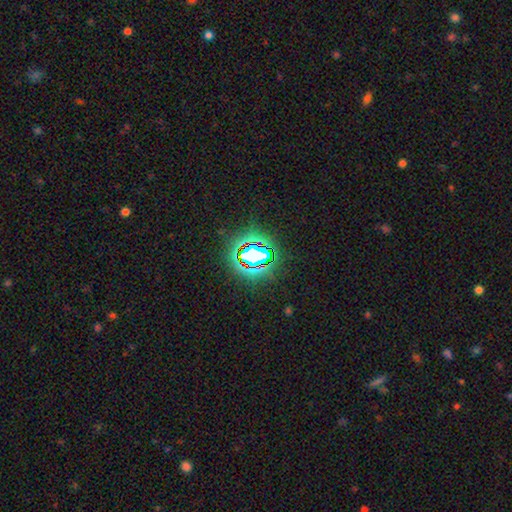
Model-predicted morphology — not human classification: smooth-or-featured: star or artifact: 71% | smooth: 18% | featured or disk: 11%